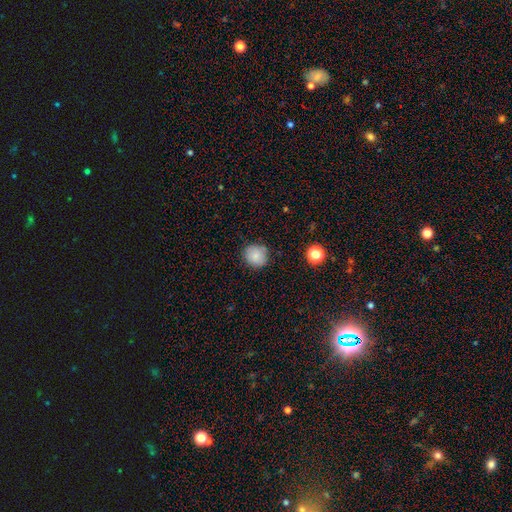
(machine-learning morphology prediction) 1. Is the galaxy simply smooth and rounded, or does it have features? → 84% smooth, 10% star or artifact, 6% featured or disk.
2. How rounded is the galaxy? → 87% round, 12% in between, 1% cigar-shaped.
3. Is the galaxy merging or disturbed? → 83% none, 13% minor disturbance, 3% major disturbance, 2% merger.